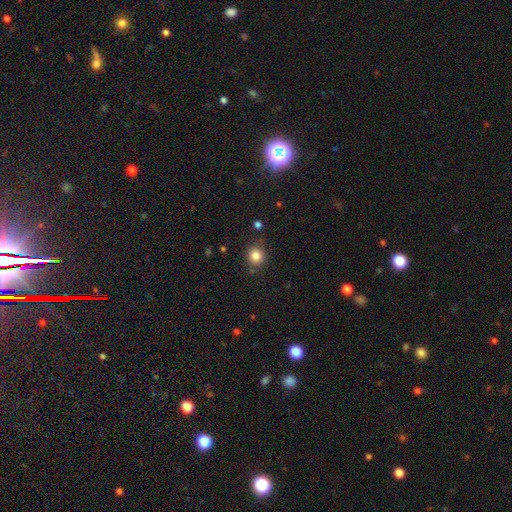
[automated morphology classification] type=smooth (84%); roundness=round (84%); merging=none (81%).